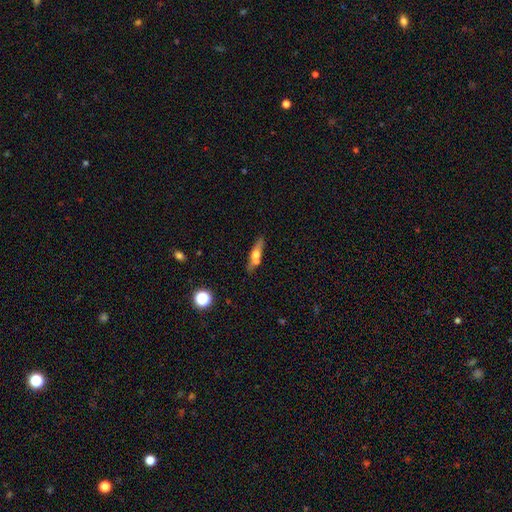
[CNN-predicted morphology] This appears to be a smooth galaxy with no disk features (50%). Merging: none (65%).